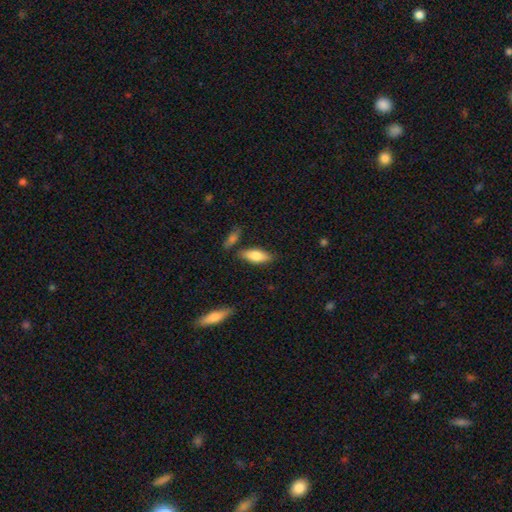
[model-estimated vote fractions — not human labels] smooth_or_featured: smooth (p=0.72) [alt: featured or disk p=0.22]
how_rounded: in between (p=0.67) [alt: cigar-shaped p=0.30]
merging: none (p=0.79) [alt: minor disturbance p=0.13]